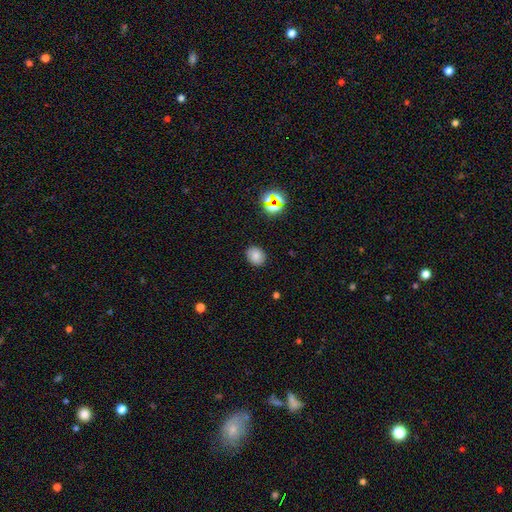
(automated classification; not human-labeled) A smooth galaxy with no disk features (77%) that is round (55%). Merging: none (88%).